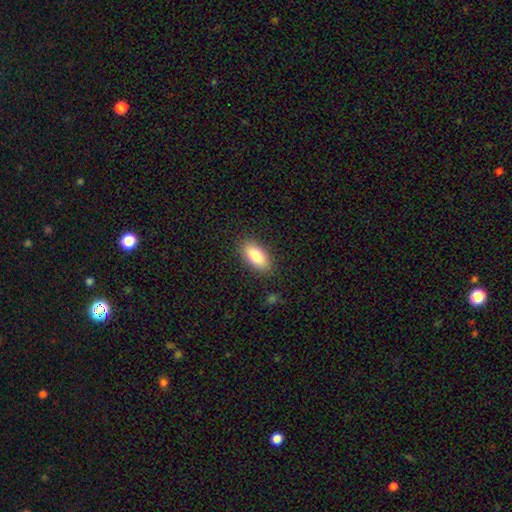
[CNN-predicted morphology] A smooth galaxy with no disk features (81%) that is in between round and cigar-shaped (89%). Merging: none (87%).